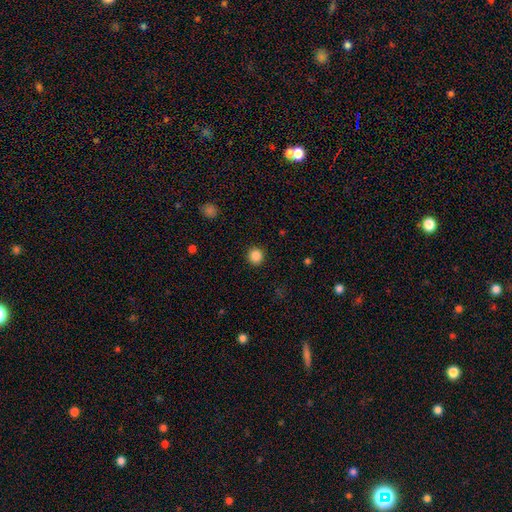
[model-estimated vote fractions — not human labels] Overall: smooth (87%). How rounded: round (93%). Merging: none (92%).